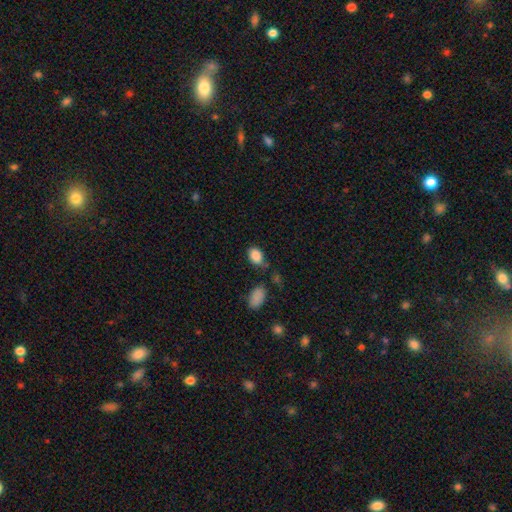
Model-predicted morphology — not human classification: This appears to be a smooth galaxy with no disk features (87%) that is in between round and cigar-shaped (81%). Merging: none (65%).